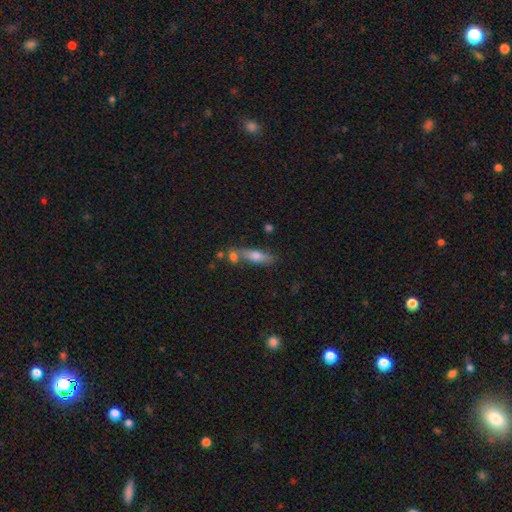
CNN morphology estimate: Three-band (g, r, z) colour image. It shows a smooth galaxy with no disk features (60%) that is cigar-shaped (60%). Merging: none (58%).